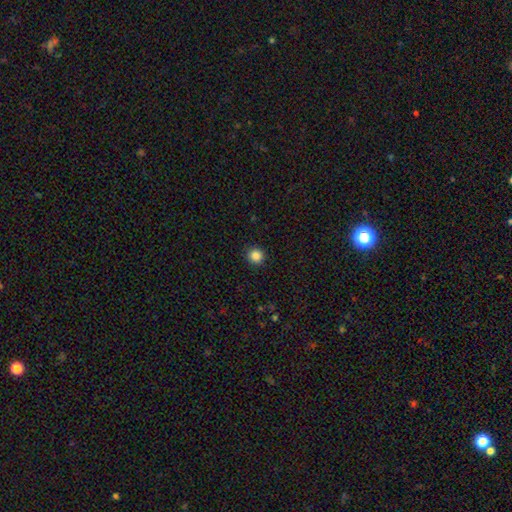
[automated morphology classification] type=smooth (86%); roundness=round (94%); merging=none (93%).